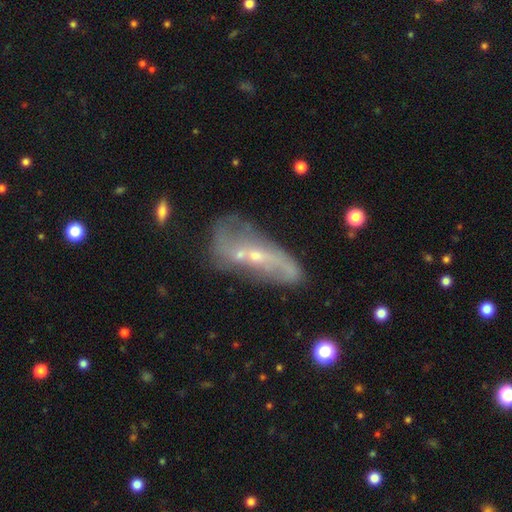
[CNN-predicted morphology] featured or disk 69%, smooth 21%, star or artifact 10%. Down the decision tree: edge-on disk — no (85%); bar — no (57%); spiral arms — yes (65%); bulge size — small (70%); merging — none (33%).